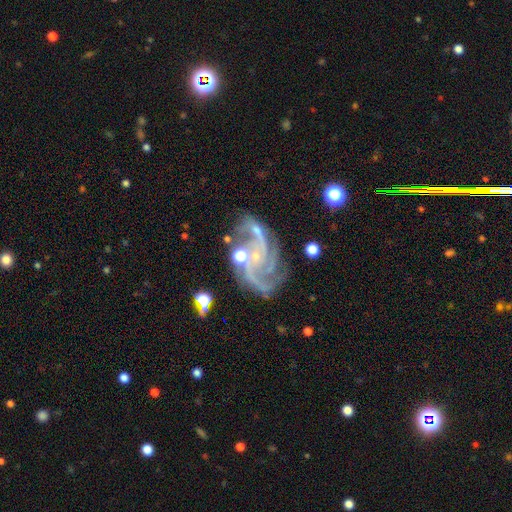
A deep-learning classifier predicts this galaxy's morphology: smooth_or_featured: featured or disk (p=0.88) [alt: star or artifact p=0.08]
disk_edge_on: no (p=0.98) [alt: yes p=0.02]
bar: no (p=0.58) [alt: weak p=0.31]
has_spiral_arms: yes (p=0.98) [alt: no p=0.02]
spiral_winding: medium (p=0.51) [alt: tight p=0.30]
spiral_arm_count: 3 (p=0.36) [alt: 2 p=0.23]
bulge_size: small (p=0.69) [alt: moderate p=0.22]
merging: none (p=0.58) [alt: minor disturbance p=0.19]